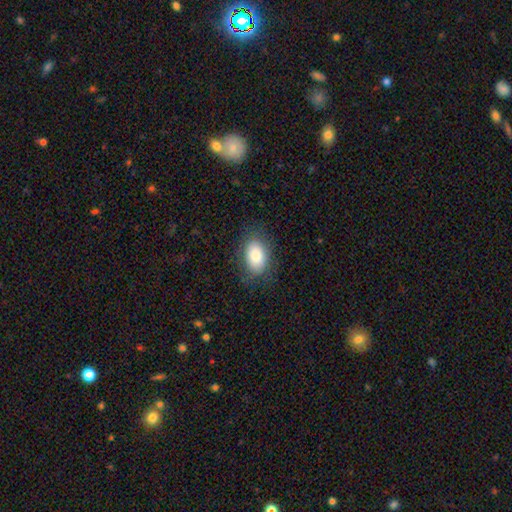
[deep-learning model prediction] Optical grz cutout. It shows a smooth galaxy with no disk features (84%) that is in between round and cigar-shaped (89%). Merging: none (81%).